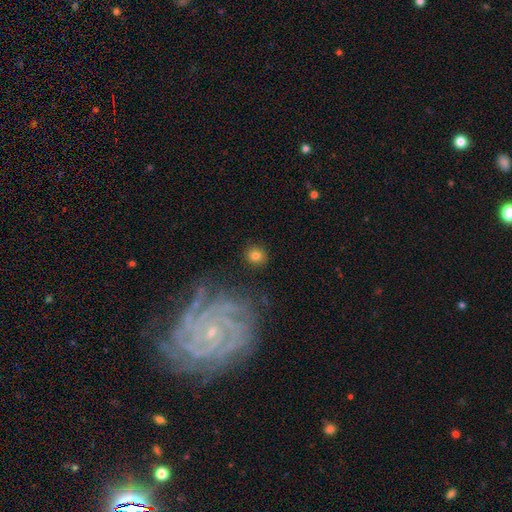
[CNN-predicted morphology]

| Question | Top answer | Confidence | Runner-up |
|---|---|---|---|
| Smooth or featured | smooth | 79% | featured or disk (11%) |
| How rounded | round | 89% | in between (10%) |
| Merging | none | 88% | minor disturbance (7%) |